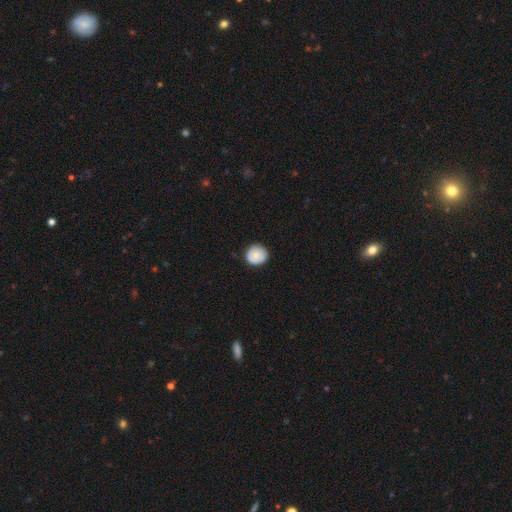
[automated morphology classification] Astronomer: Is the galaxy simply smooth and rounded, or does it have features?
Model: smooth — 74%.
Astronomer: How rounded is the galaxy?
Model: round — 92%.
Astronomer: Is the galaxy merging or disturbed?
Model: none — 85%.